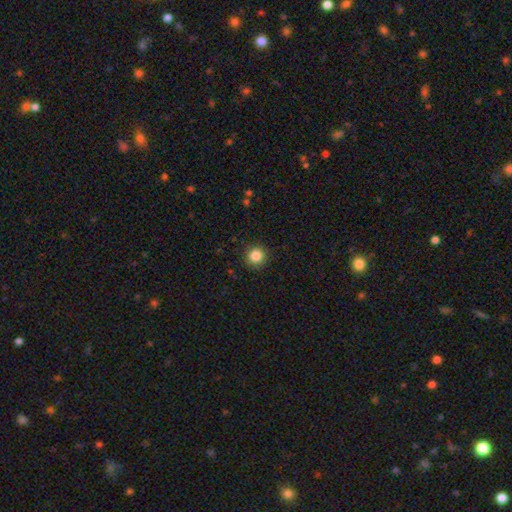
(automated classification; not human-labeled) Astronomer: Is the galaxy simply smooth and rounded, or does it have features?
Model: smooth — 85%.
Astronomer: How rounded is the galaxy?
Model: round — 94%.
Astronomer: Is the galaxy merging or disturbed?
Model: none — 91%.